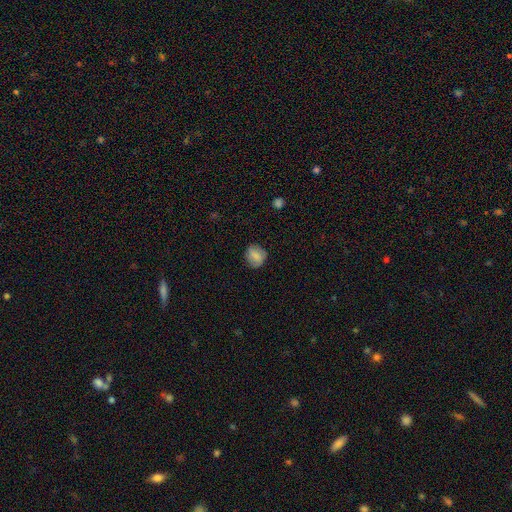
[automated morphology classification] Smooth or featured? Predicted: smooth (p=0.76). How rounded? Predicted: round (p=0.78). Merging? Predicted: none (p=0.81).